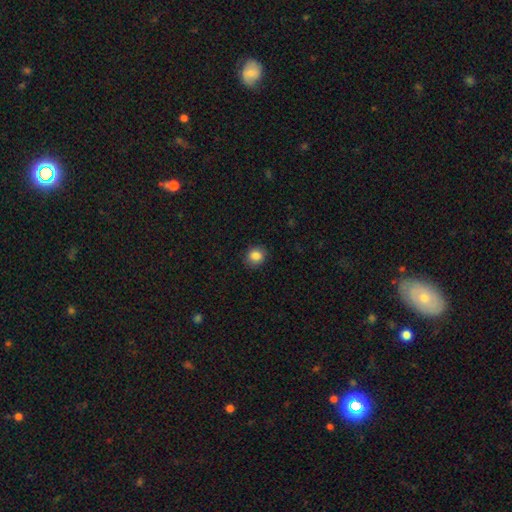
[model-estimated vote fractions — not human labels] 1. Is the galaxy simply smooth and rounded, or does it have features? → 86% smooth, 10% star or artifact, 5% featured or disk.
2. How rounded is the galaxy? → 81% round, 18% in between, 1% cigar-shaped.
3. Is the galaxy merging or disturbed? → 88% none, 8% minor disturbance, 2% major disturbance, 1% merger.